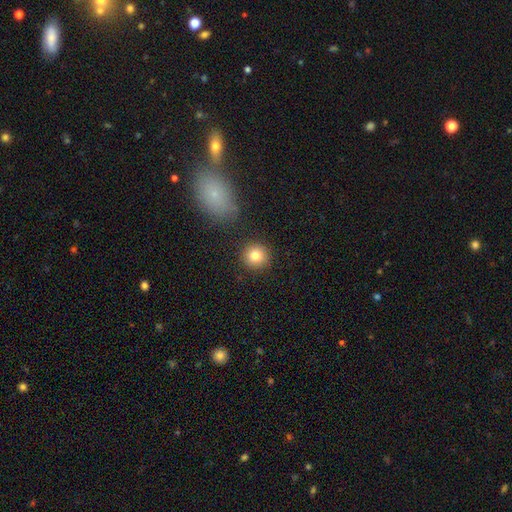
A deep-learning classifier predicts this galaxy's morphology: Q: Smooth or featured?
A: smooth (82%); runner-up: star or artifact (10%)
Q: How rounded?
A: round (94%); runner-up: in between (5%)
Q: Merging?
A: none (89%); runner-up: minor disturbance (6%)